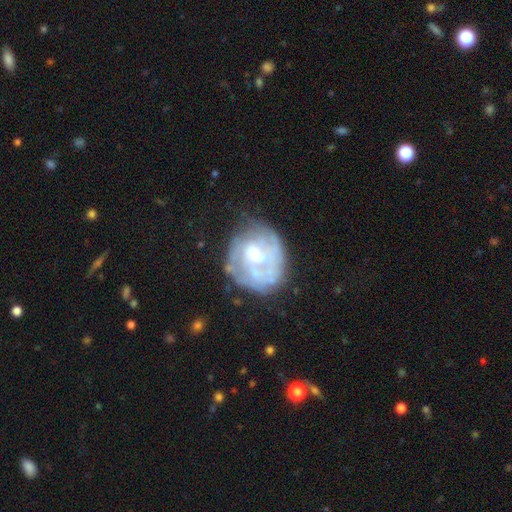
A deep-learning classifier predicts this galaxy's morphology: This appears to be a featured or disk galaxy (66%) with no bar (67%), spiral arms (54%) and a moderate central bulge (49%). Merging: none (55%).